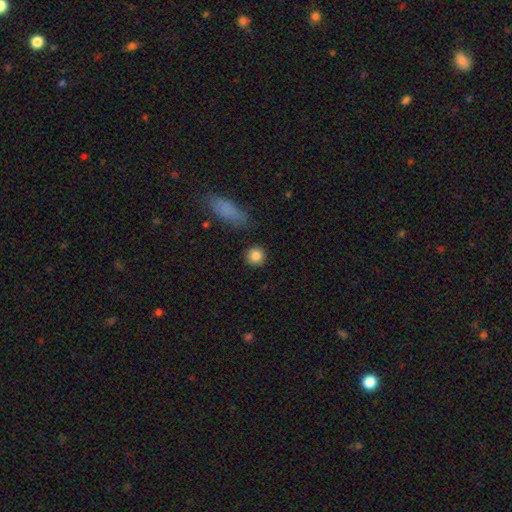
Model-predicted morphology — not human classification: type=smooth (85%); roundness=round (93%); merging=none (88%).